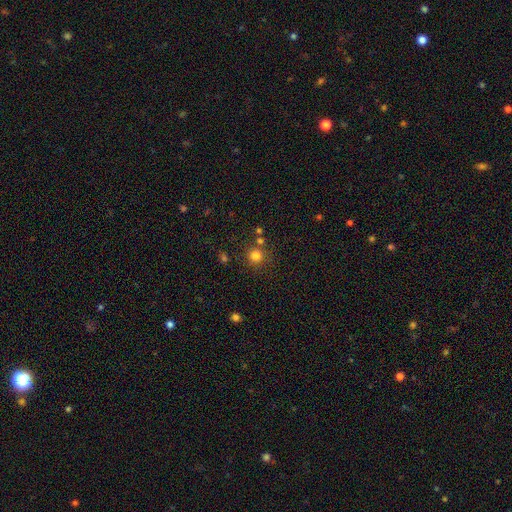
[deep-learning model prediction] Smooth or featured: smooth — 80% (star or artifact — 14%)
How rounded: round — 93% (in between — 6%)
Merging: none — 79% (merger — 9%)